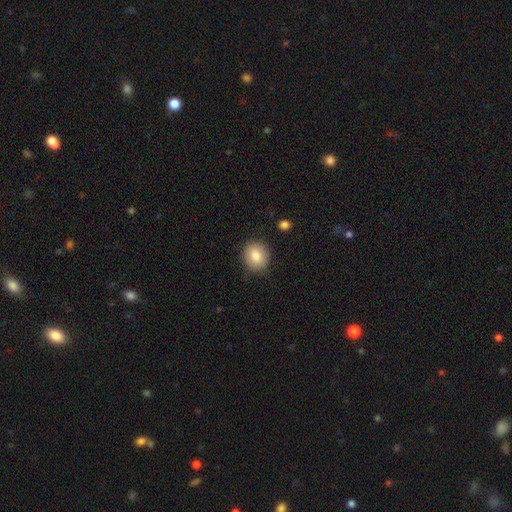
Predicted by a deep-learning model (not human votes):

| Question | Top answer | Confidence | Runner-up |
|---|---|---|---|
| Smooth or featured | smooth | 85% | star or artifact (8%) |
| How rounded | round | 78% | in between (21%) |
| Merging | none | 86% | minor disturbance (10%) |